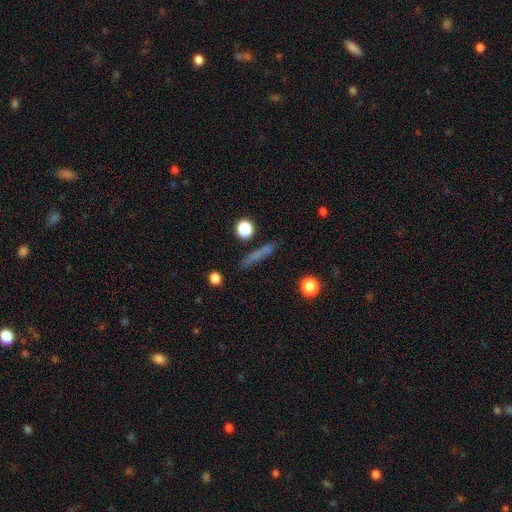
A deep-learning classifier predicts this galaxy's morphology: Smooth or featured? Predicted: smooth (p=0.64). How rounded? Predicted: cigar-shaped (p=0.85). Merging? Predicted: none (p=0.81).